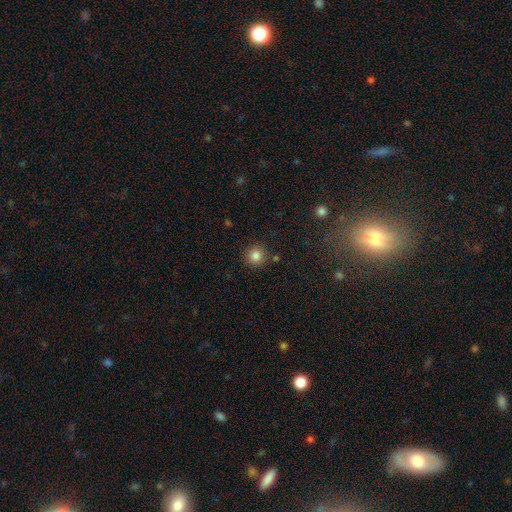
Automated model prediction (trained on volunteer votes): smooth-or-featured: smooth: 83% | star or artifact: 11% | featured or disk: 5%
  how-rounded: round: 94% | in between: 5% | cigar-shaped: 1%
  merging: none: 85% | minor disturbance: 8% | merger: 4% | major disturbance: 3%